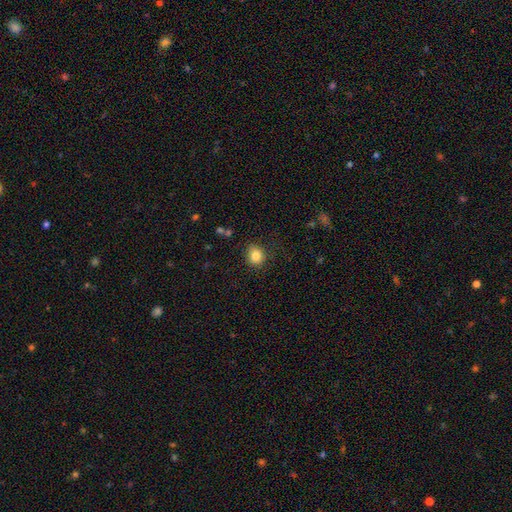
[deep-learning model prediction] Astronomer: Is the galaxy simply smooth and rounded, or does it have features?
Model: smooth — 83%.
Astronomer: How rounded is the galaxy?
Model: round — 71%.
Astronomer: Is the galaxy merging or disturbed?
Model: none — 81%.